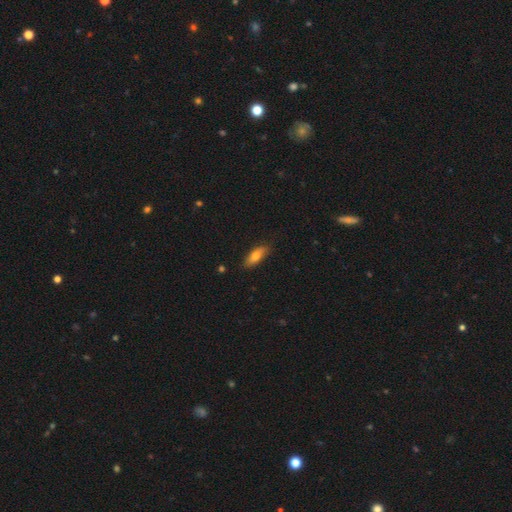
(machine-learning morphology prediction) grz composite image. It shows a smooth galaxy with no disk features (74%) that is in between round and cigar-shaped (68%). Merging: none (83%).